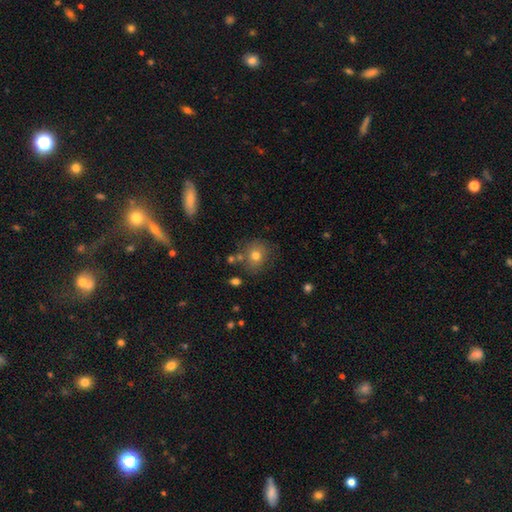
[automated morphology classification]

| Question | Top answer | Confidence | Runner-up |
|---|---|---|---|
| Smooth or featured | smooth | 75% | featured or disk (14%) |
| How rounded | round | 77% | in between (22%) |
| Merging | none | 74% | minor disturbance (15%) |